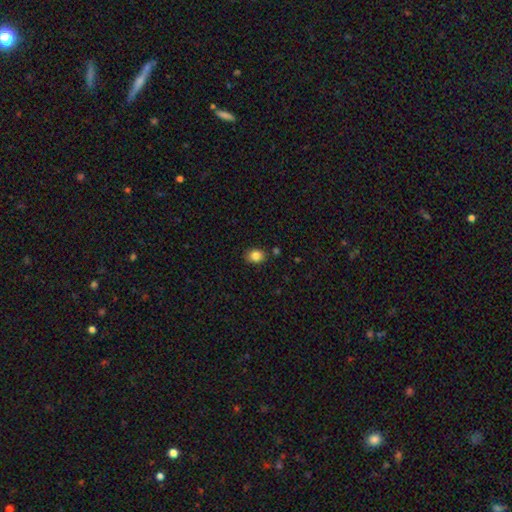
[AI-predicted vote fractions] Q: Smooth or featured?
A: smooth (84%); runner-up: star or artifact (10%)
Q: How rounded?
A: in between (51%); runner-up: round (48%)
Q: Merging?
A: none (85%); runner-up: minor disturbance (10%)